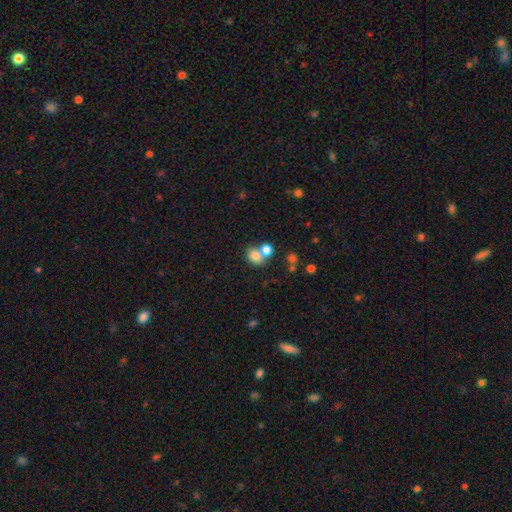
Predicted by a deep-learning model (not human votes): smooth_or_featured: smooth (p=0.79) [alt: star or artifact p=0.11]
how_rounded: round (p=0.52) [alt: in between p=0.47]
merging: merger (p=0.46) [alt: none p=0.40]